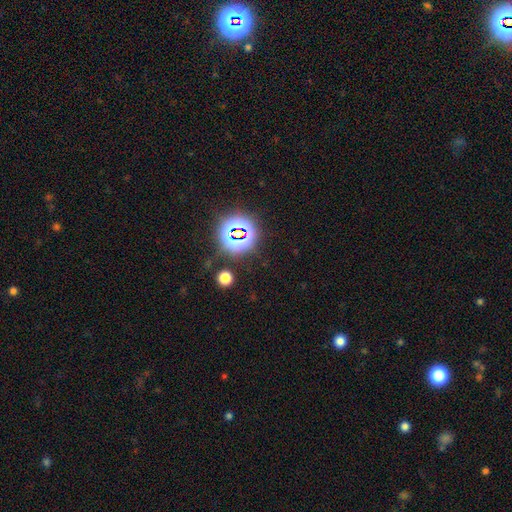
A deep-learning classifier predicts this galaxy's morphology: Smooth or featured? Predicted: star or artifact (p=0.78).